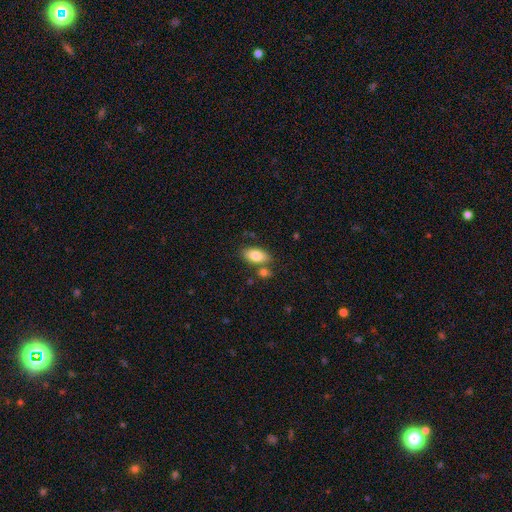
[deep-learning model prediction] Smooth or featured? Predicted: smooth (p=0.82). How rounded? Predicted: in between (p=0.91). Merging? Predicted: none (p=0.73).